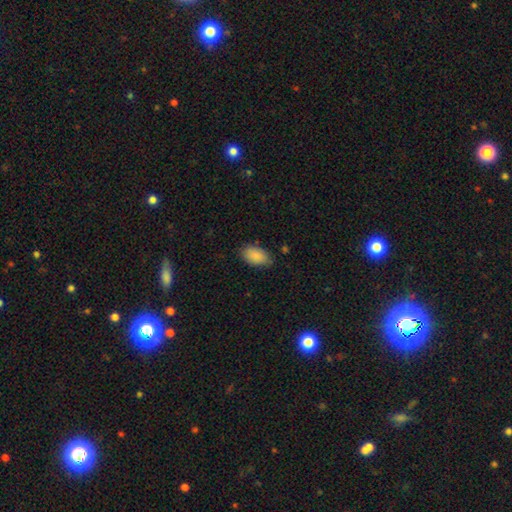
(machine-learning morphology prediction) Smooth or featured: smooth — 87% (star or artifact — 7%)
How rounded: in between — 92% (round — 6%)
Merging: none — 75% (minor disturbance — 20%)